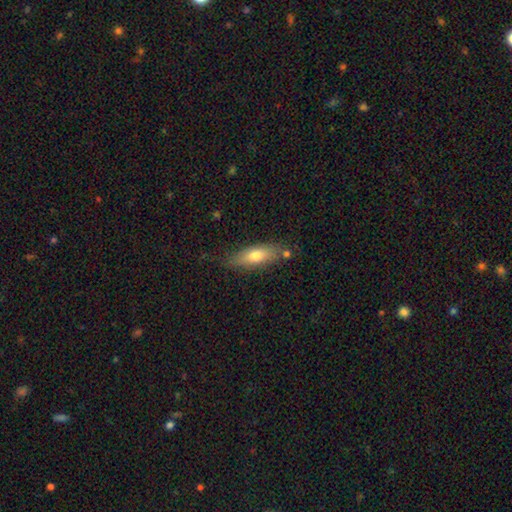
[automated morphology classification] This is likely a smooth galaxy (68%). How rounded: possibly in between (57%). Merging: likely none (71%).